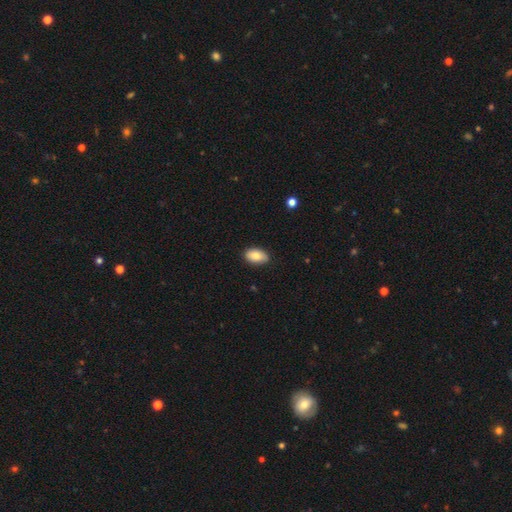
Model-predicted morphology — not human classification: Smooth or featured? smooth (84%)
How rounded? in between (92%)
Merging? none (85%)